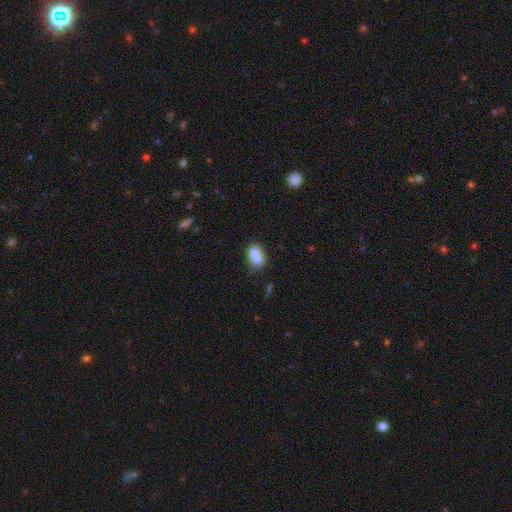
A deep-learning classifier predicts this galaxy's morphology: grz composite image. It shows a smooth galaxy with no disk features (87%) that is in between round and cigar-shaped (86%). Merging: none (76%).